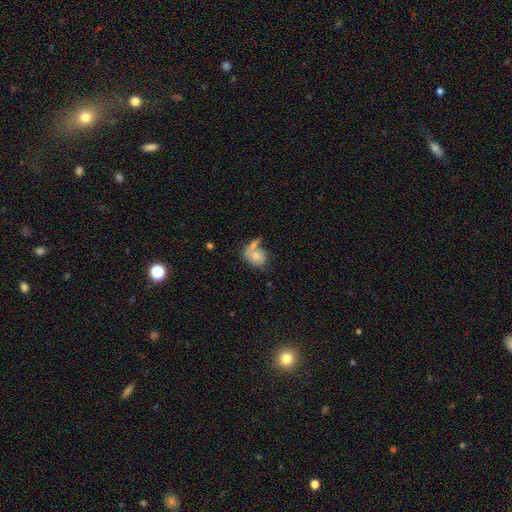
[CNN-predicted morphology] type=smooth (69%); roundness=in between (60%); merging=merger (40%).